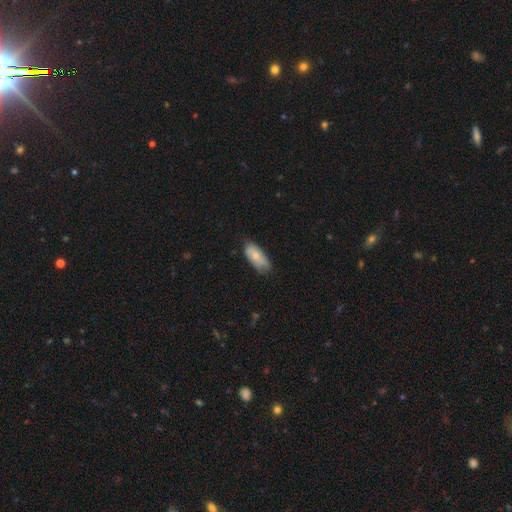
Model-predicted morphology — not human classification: Smooth or featured? Predicted: smooth (p=0.72). How rounded? Predicted: in between (p=0.86). Merging? Predicted: none (p=0.61).